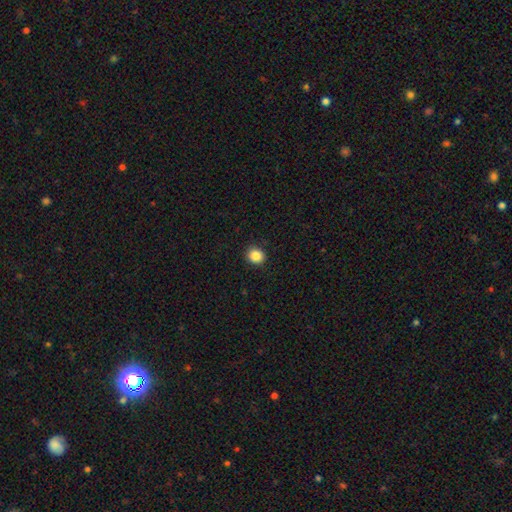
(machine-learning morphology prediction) This is clearly a smooth galaxy (87%). How rounded: clearly round (84%). Merging: clearly none (91%).